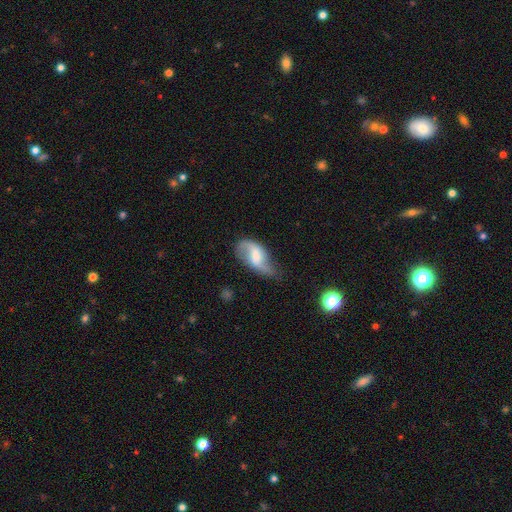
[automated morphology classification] Smooth or featured?
  - featured or disk: 59% *
  - smooth: 34%
  - star or artifact: 7%
Edge-on disk?
  - no: 94% *
  - yes: 6%
Bar?
  - weak: 51% *
  - no: 28%
  - strong: 21%
Spiral arms?
  - yes: 84% *
  - no: 16%
Bulge size?
  - moderate: 43% *
  - small: 29%
  - none: 14%
  - large: 12%
  - dominant: 2%
Merging?
  - none: 43% *
  - minor disturbance: 37%
  - major disturbance: 17%
  - merger: 3%